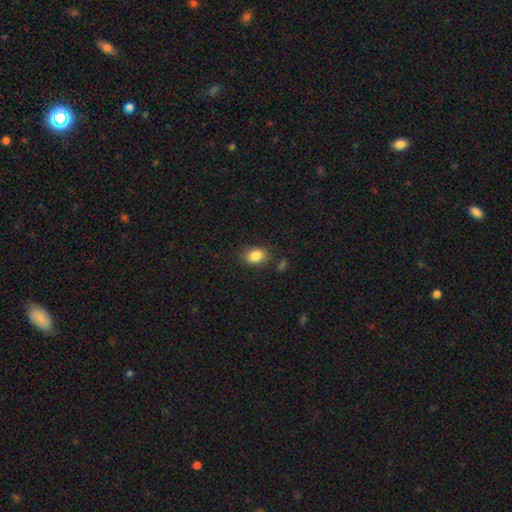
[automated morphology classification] Smooth or featured? Predicted: smooth (p=0.85). How rounded? Predicted: in between (p=0.70). Merging? Predicted: none (p=0.80).